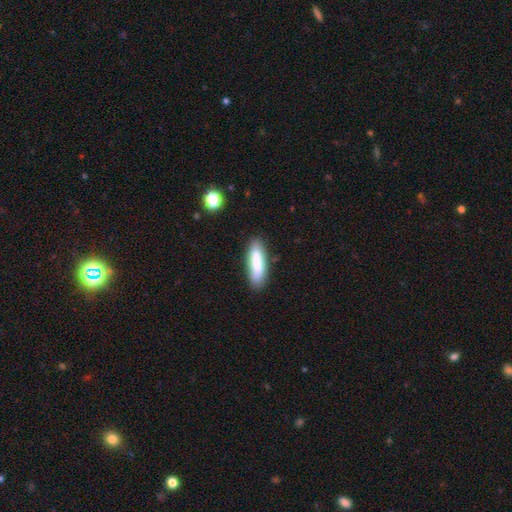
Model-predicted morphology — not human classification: Q: Smooth or featured?
A: smooth (77%); runner-up: featured or disk (16%)
Q: How rounded?
A: cigar-shaped (56%); runner-up: in between (42%)
Q: Merging?
A: none (83%); runner-up: minor disturbance (12%)